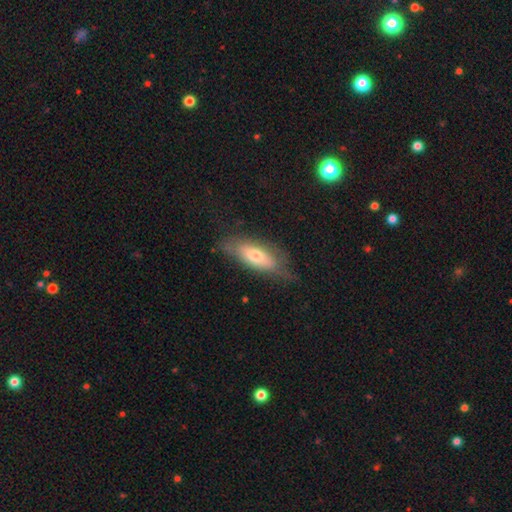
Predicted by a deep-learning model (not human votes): Smooth or featured: smooth — 59% (featured or disk — 34%)
How rounded: in between — 69% (cigar-shaped — 29%)
Merging: none — 62% (minor disturbance — 26%)